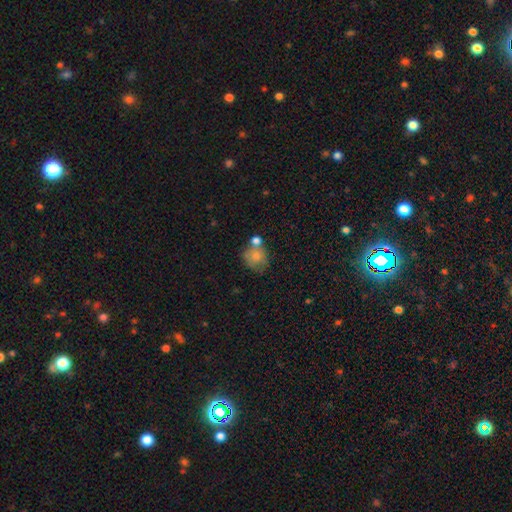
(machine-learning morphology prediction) This appears to be a smooth galaxy with no disk features (74%) that is round (68%). Merging: none (42%).